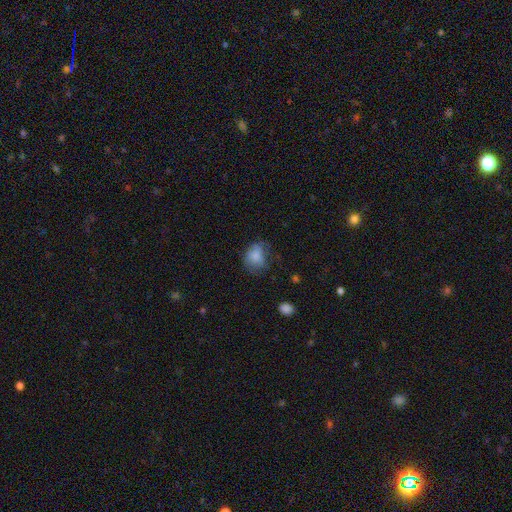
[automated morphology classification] A smooth galaxy with no disk features (78%) that is in between round and cigar-shaped (52%).

Vote fractions:
- Smooth or featured? smooth: 78% / featured or disk: 12% / star or artifact: 10%
- How rounded? in between: 52% / round: 47% / cigar-shaped: 1%
- Merging? none: 47% / minor disturbance: 30% / major disturbance: 21% / merger: 2%